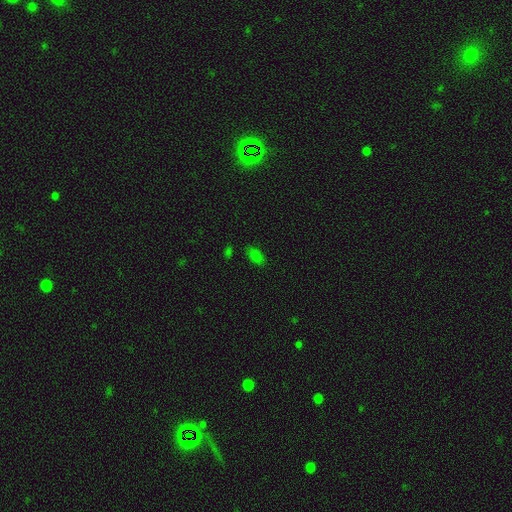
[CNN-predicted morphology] Smooth or featured?
  - smooth: 78% *
  - star or artifact: 17%
  - featured or disk: 5%
How rounded?
  - in between: 90% *
  - round: 5%
  - cigar-shaped: 5%
Merging?
  - none: 81% *
  - minor disturbance: 13%
  - major disturbance: 3%
  - merger: 3%